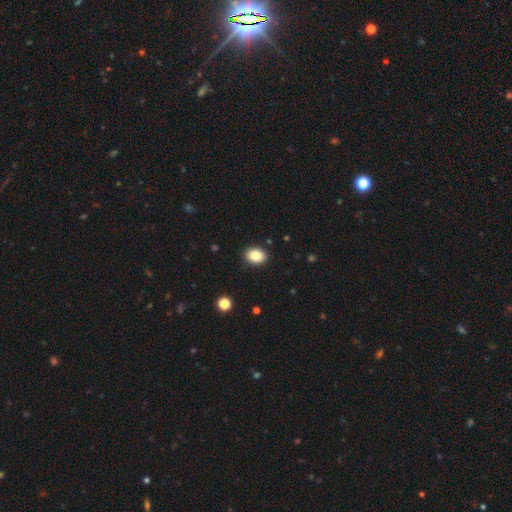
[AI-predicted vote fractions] A smooth galaxy with no disk features (84%) that is in between round and cigar-shaped (65%). Merging: none (90%).